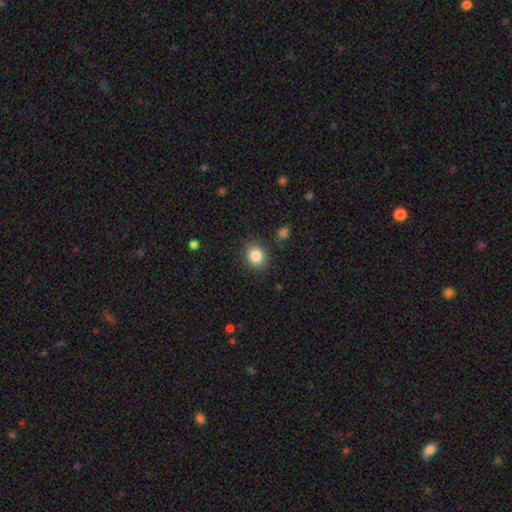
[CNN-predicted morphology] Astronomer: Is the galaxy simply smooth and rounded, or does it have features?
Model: smooth — 84%.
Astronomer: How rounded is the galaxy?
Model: round — 70%.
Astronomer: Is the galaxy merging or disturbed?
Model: none — 84%.